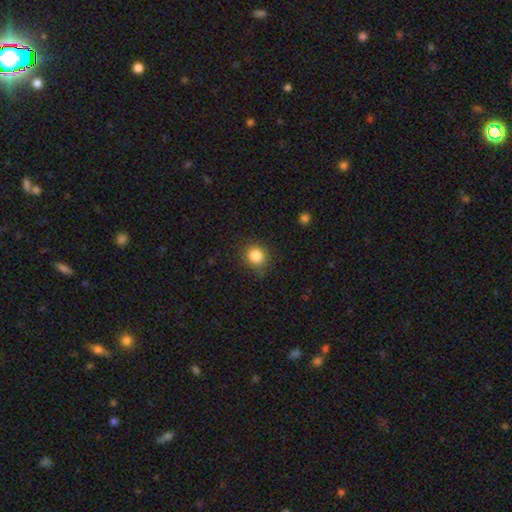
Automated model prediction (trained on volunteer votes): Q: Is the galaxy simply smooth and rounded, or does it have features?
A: smooth — 85%.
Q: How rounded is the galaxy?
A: round — 83%.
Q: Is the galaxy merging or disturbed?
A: none — 83%.